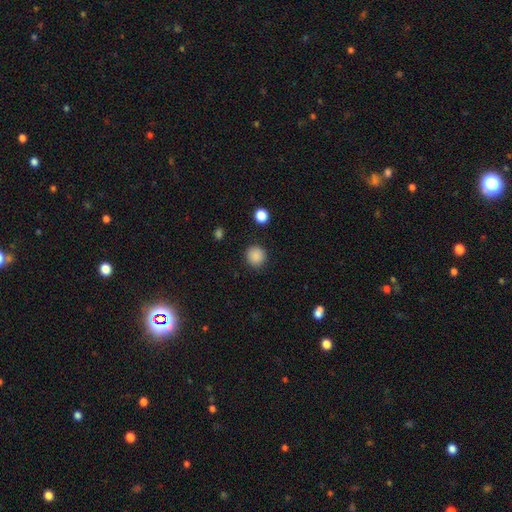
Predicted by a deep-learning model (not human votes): smooth_or_featured: smooth (p=0.87) [alt: star or artifact p=0.10]
how_rounded: round (p=0.91) [alt: in between p=0.08]
merging: none (p=0.88) [alt: minor disturbance p=0.08]